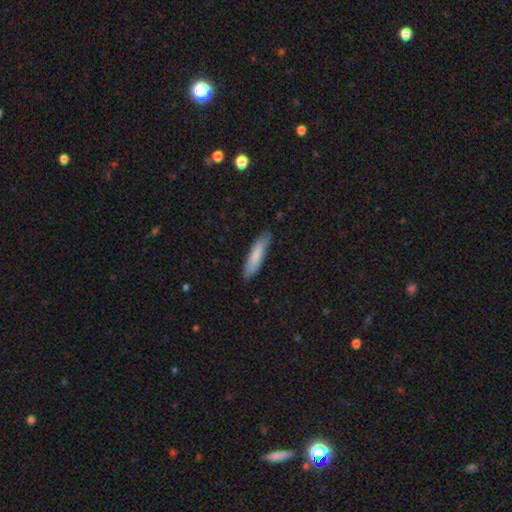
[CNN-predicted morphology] smooth_or_featured: smooth (p=0.78) [alt: featured or disk p=0.16]
how_rounded: cigar-shaped (p=0.75) [alt: in between p=0.24]
merging: none (p=0.85) [alt: minor disturbance p=0.12]